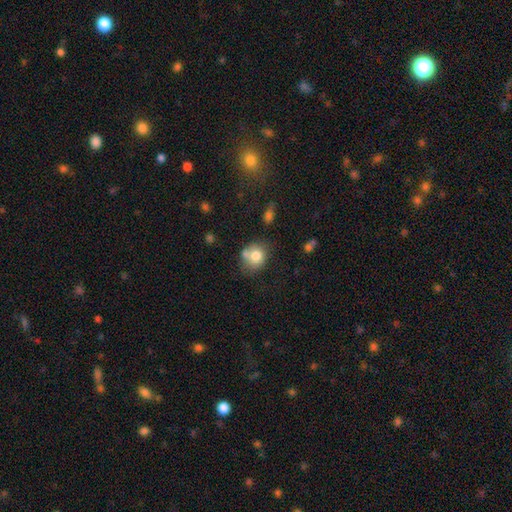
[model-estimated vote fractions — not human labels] This is likely a smooth galaxy (74%). How rounded: likely round (68%). Merging: possibly none (46%).